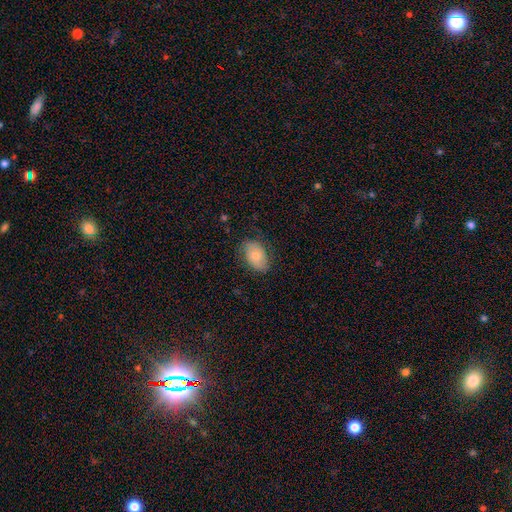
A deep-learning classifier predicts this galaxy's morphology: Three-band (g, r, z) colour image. It shows a smooth galaxy with no disk features (73%) that is in between round and cigar-shaped (88%). Merging: none (73%).